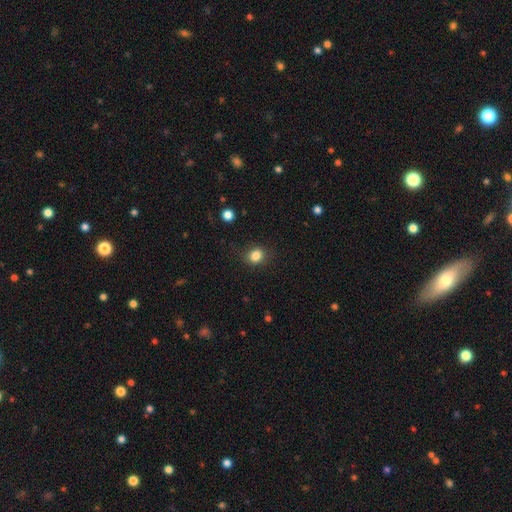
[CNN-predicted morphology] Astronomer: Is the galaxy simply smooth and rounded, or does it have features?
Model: smooth — 84%.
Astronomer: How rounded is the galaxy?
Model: round — 64%.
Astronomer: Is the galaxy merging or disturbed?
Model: none — 83%.